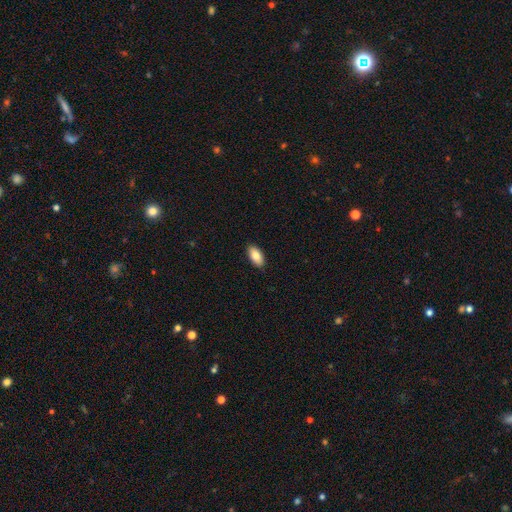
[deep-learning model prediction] Morphology: type=smooth (84%); roundness=in between (93%); merging=none (90%).